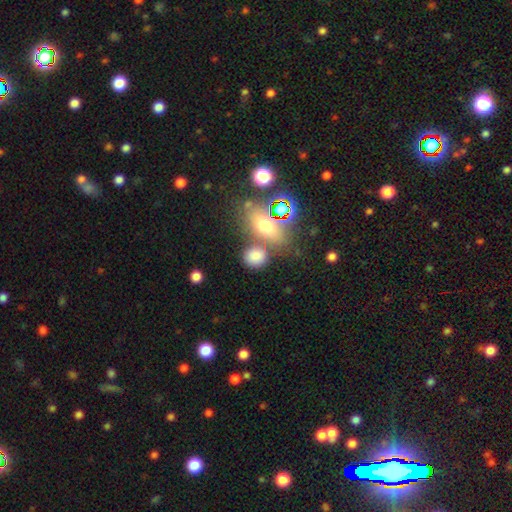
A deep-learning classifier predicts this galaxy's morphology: smooth-or-featured: smooth: 72% | star or artifact: 19% | featured or disk: 9%
  how-rounded: round: 62% | in between: 36% | cigar-shaped: 2%
  merging: none: 61% | merger: 21% | minor disturbance: 13% | major disturbance: 5%